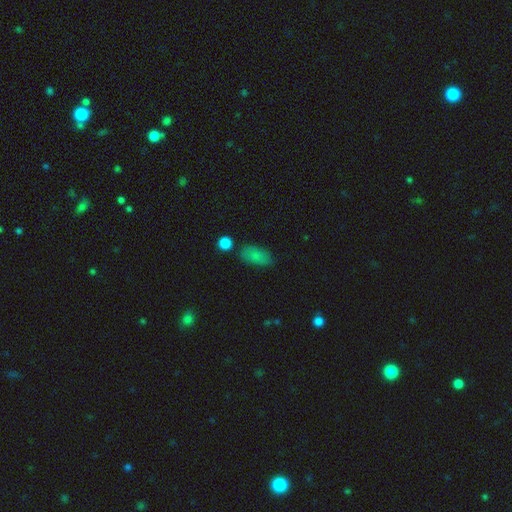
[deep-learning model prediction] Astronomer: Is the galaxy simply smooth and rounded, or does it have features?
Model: smooth — 81%.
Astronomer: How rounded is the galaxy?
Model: in between — 90%.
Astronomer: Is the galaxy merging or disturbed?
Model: none — 71%.